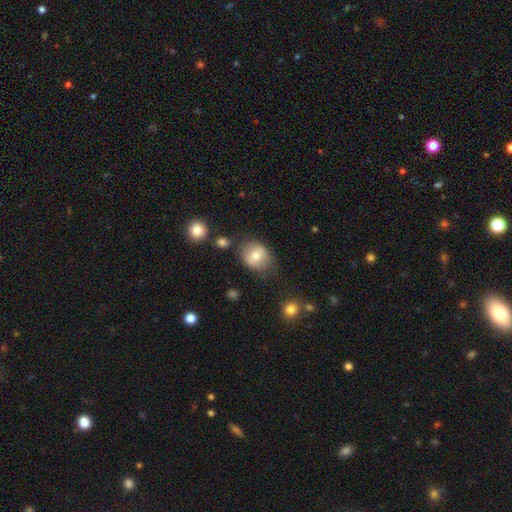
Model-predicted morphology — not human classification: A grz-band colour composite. It shows a smooth galaxy with no disk features (72%) that is round (52%). Merging: none (71%).